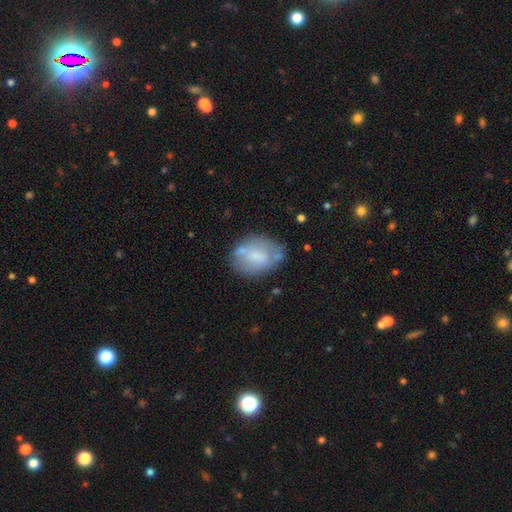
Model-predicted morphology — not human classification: Smooth or featured?
  - smooth: 60% *
  - featured or disk: 33%
  - star or artifact: 8%
How rounded?
  - in between: 73% *
  - round: 26%
  - cigar-shaped: 1%
Merging?
  - none: 56% *
  - minor disturbance: 24%
  - merger: 11%
  - major disturbance: 9%